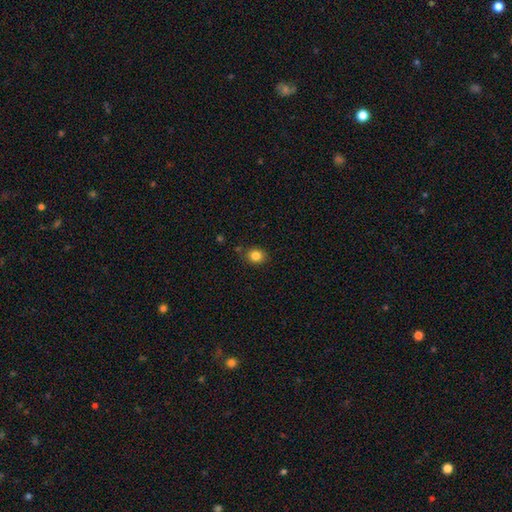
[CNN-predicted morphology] smooth_or_featured: smooth (p=0.84) [alt: star or artifact p=0.11]
how_rounded: round (p=0.69) [alt: in between p=0.30]
merging: none (p=0.81) [alt: minor disturbance p=0.13]